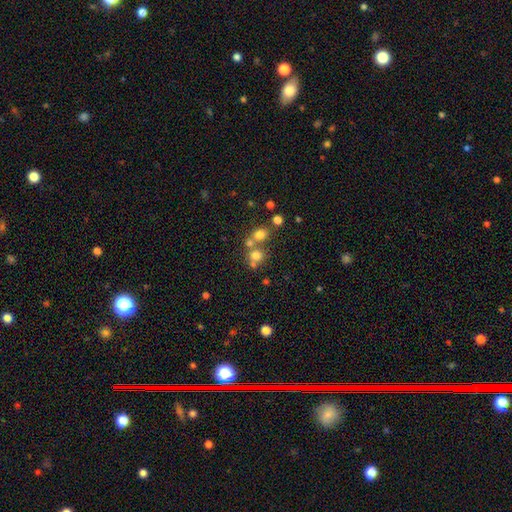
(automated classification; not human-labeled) The model was most divided on "merging": none: 49%, merger: 40%, minor disturbance: 7%, major disturbance: 4%. More confident: how rounded — round (85%); smooth or featured — smooth (66%).